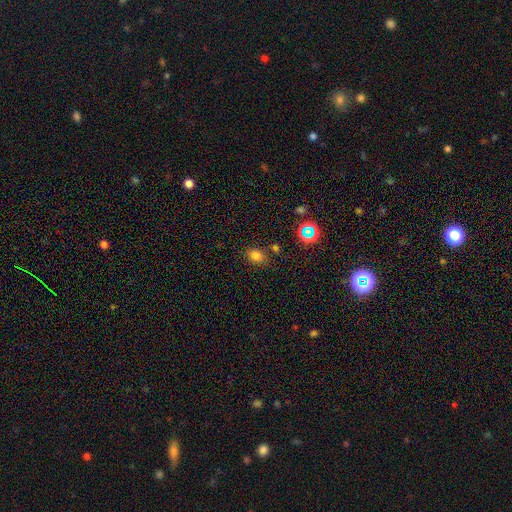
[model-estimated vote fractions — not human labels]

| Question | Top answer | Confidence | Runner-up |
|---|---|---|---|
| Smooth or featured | smooth | 75% | star or artifact (18%) |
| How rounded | in between | 62% | round (36%) |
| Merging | none | 75% | minor disturbance (14%) |